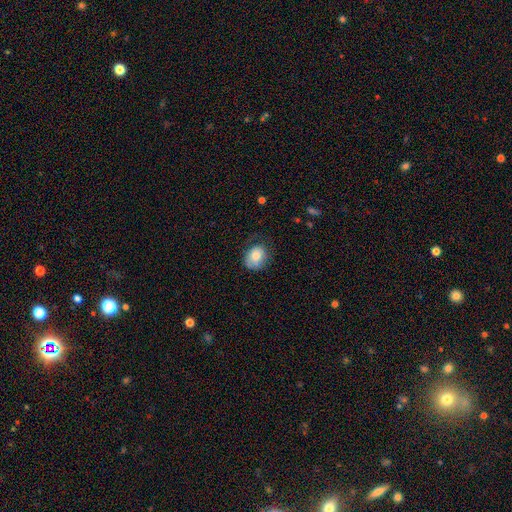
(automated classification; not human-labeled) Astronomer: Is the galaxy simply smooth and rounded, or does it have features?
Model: smooth — 76%.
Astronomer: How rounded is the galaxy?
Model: round — 52% (runner-up: in between, 47%).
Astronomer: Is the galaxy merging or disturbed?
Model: none — 57%.